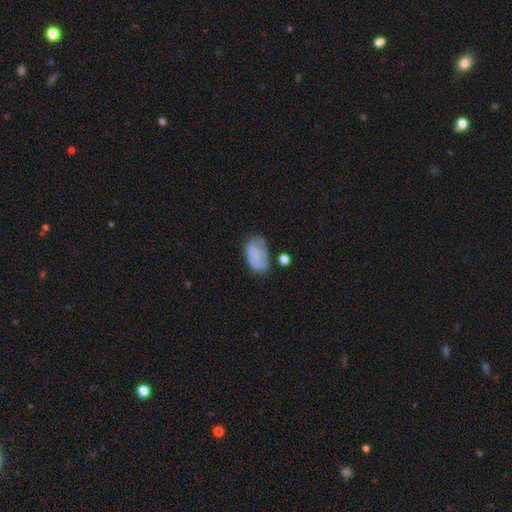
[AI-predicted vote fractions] smooth-or-featured: smooth: 57% | featured or disk: 33% | star or artifact: 10%
  how-rounded: in between: 92% | round: 6% | cigar-shaped: 2%
  merging: none: 54% | minor disturbance: 27% | major disturbance: 13% | merger: 6%